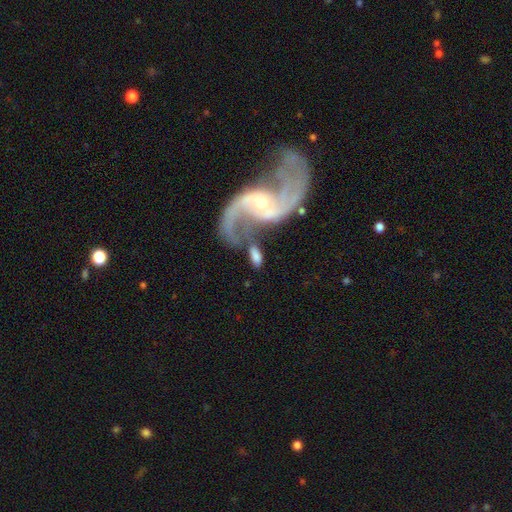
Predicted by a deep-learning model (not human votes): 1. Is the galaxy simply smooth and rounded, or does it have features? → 53% featured or disk, 41% smooth, 7% star or artifact.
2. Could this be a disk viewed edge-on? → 91% no, 9% yes.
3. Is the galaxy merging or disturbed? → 40% none, 30% merger, 15% minor disturbance, 15% major disturbance.